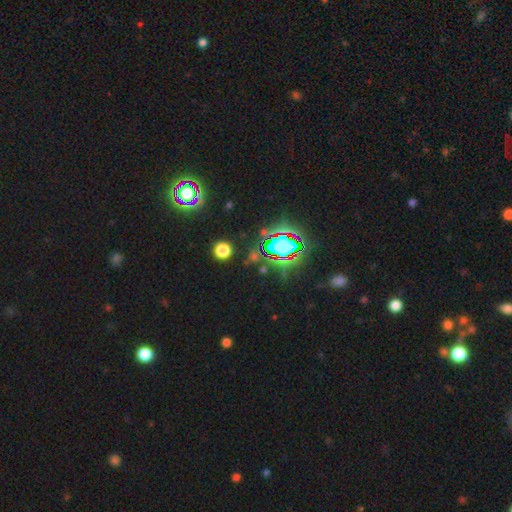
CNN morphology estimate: Smooth or featured: star or artifact — 74% (smooth — 18%)